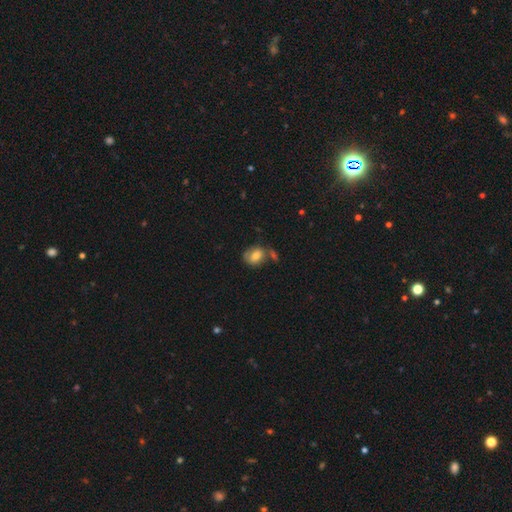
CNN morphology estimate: Q: Smooth or featured?
A: smooth (73%); runner-up: featured or disk (19%)
Q: How rounded?
A: in between (60%); runner-up: round (38%)
Q: Merging?
A: none (53%); runner-up: merger (21%)